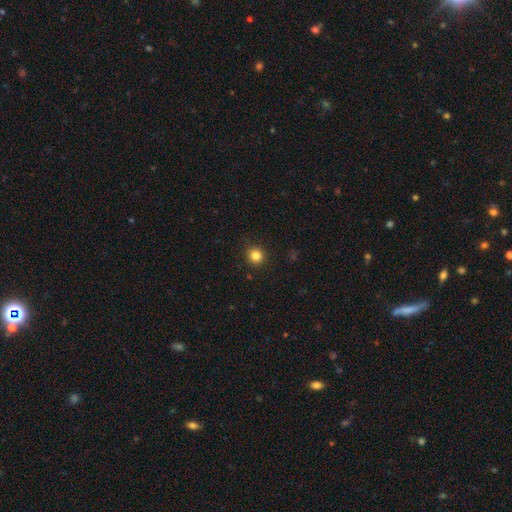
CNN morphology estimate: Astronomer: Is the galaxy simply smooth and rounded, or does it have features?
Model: smooth — 83%.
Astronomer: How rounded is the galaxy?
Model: round — 93%.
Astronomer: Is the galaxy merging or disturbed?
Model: none — 92%.